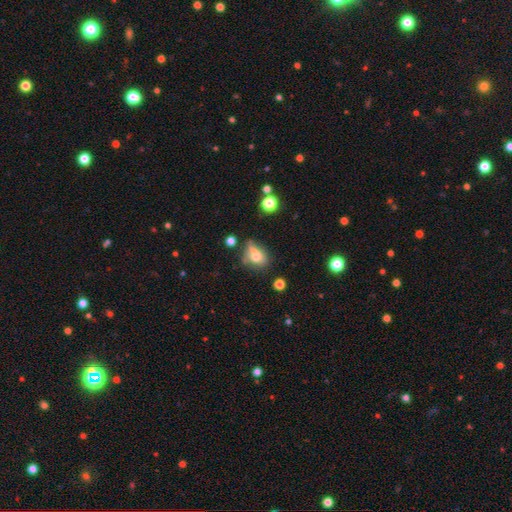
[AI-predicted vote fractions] A smooth galaxy with no disk features (63%) that is in between round and cigar-shaped (61%). Merging: none (37%).